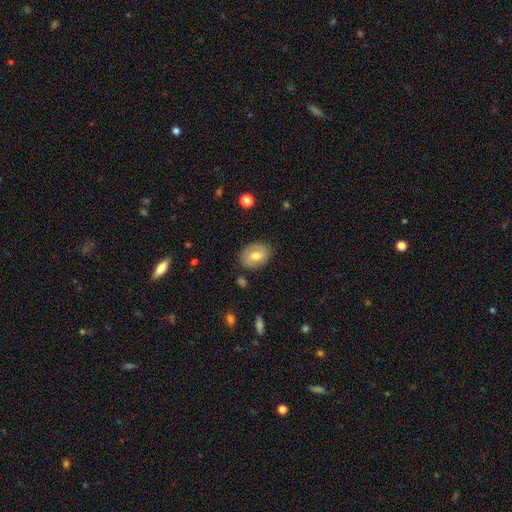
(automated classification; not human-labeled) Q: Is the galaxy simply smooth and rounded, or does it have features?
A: smooth — 65%.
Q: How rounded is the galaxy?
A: in between — 72%.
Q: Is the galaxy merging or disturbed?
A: none — 81%.